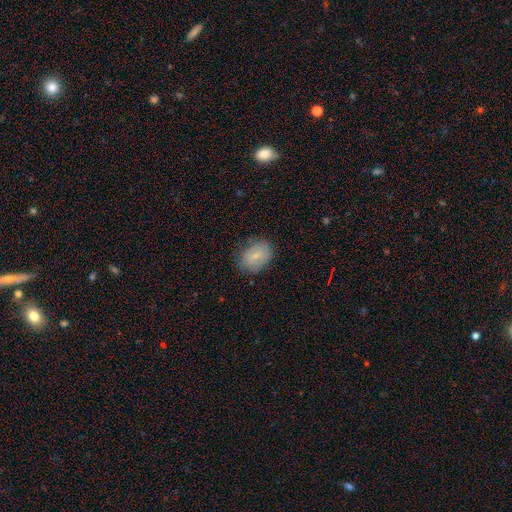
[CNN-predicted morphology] Smooth or featured: smooth — 70% (featured or disk — 22%)
How rounded: in between — 73% (round — 26%)
Merging: none — 79% (minor disturbance — 16%)